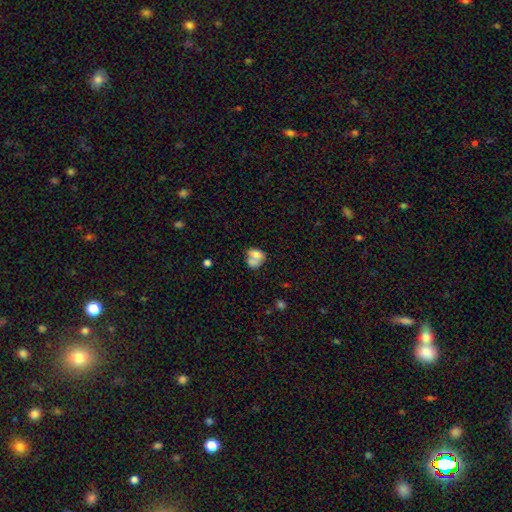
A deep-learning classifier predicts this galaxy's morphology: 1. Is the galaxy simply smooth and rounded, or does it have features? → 68% smooth, 22% featured or disk, 10% star or artifact.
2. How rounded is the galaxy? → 65% in between, 33% round, 2% cigar-shaped.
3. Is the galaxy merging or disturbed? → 52% merger, 24% none, 13% minor disturbance, 10% major disturbance.